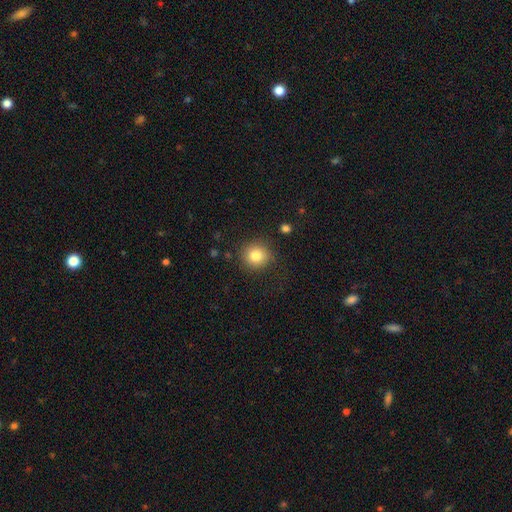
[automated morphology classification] This appears to be a smooth galaxy with no disk features (82%) that is round (90%). Merging: none (86%).